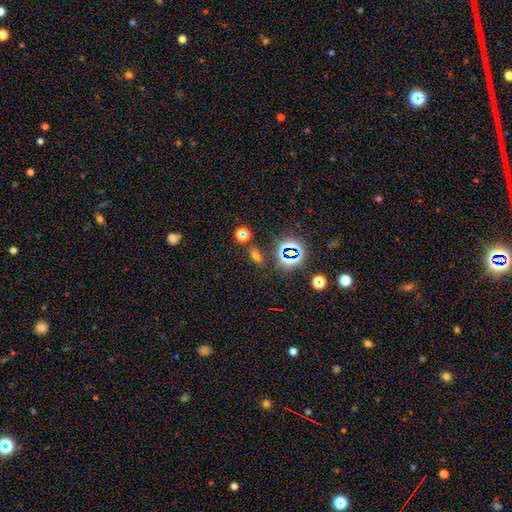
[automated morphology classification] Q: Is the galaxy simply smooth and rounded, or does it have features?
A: smooth — 49%.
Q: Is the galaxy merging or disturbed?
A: none — 79%.